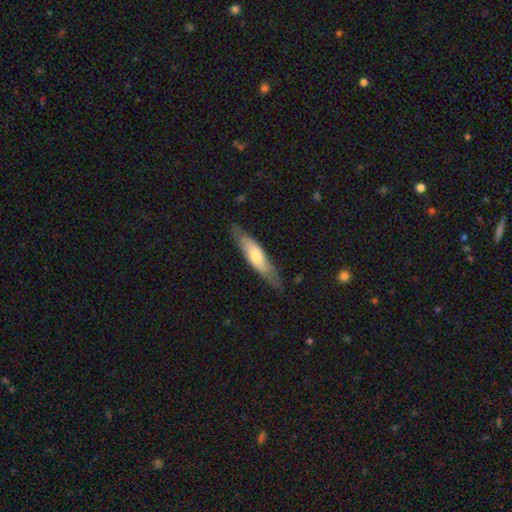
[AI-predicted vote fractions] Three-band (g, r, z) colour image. It shows a smooth galaxy with no disk features (52%) that is cigar-shaped (67%). Merging: none (75%).